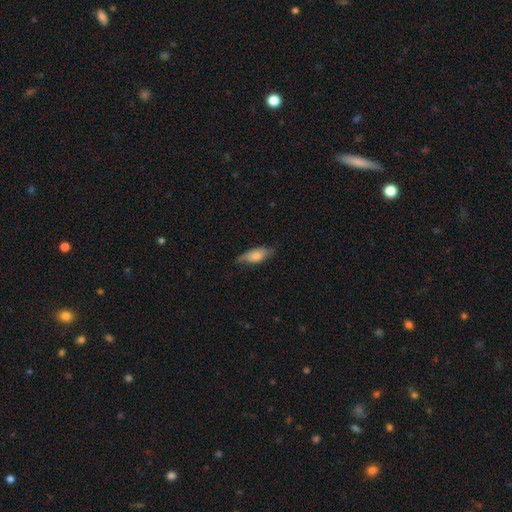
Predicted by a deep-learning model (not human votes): smooth-or-featured: smooth: 66% | featured or disk: 28% | star or artifact: 6%
  how-rounded: in between: 77% | cigar-shaped: 20% | round: 3%
  merging: none: 66% | minor disturbance: 27% | major disturbance: 6% | merger: 1%